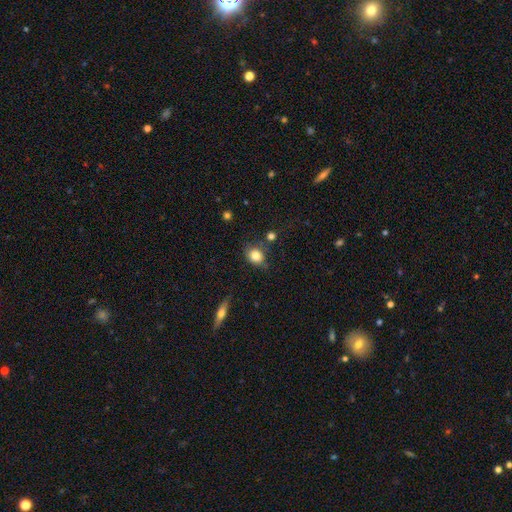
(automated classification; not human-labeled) smooth 81%, star or artifact 10%, featured or disk 9%. Down the decision tree: how rounded — round (56%); merging — none (66%).